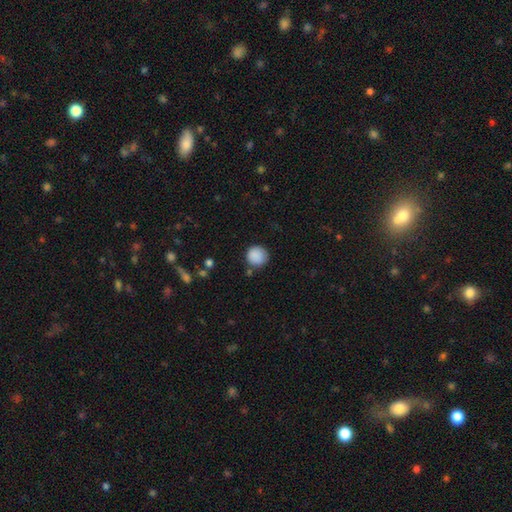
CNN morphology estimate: Smooth or featured: smooth — 88% (star or artifact — 8%)
How rounded: round — 93% (in between — 6%)
Merging: none — 83% (minor disturbance — 11%)